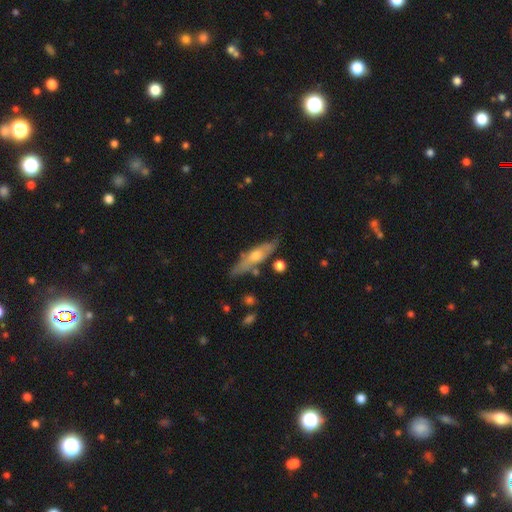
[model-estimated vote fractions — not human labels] Overall: featured or disk (56%; smooth 38%). Edge-on disk: yes (71%). Merging: none (71%).